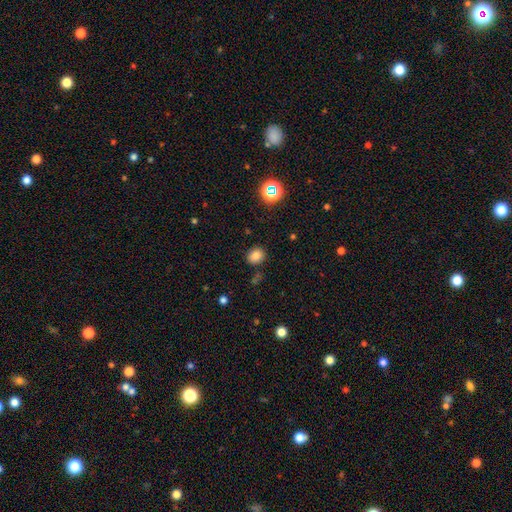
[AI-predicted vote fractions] smooth_or_featured: smooth (p=0.78) [alt: star or artifact p=0.14]
how_rounded: round (p=0.66) [alt: in between p=0.33]
merging: none (p=0.84) [alt: minor disturbance p=0.10]